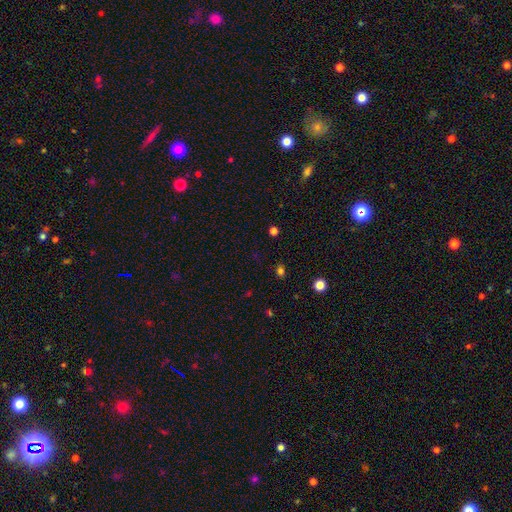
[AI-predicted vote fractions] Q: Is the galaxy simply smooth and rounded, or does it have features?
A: smooth — 51%.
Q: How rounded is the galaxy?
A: round — 62%.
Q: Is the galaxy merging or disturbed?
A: none — 83%.